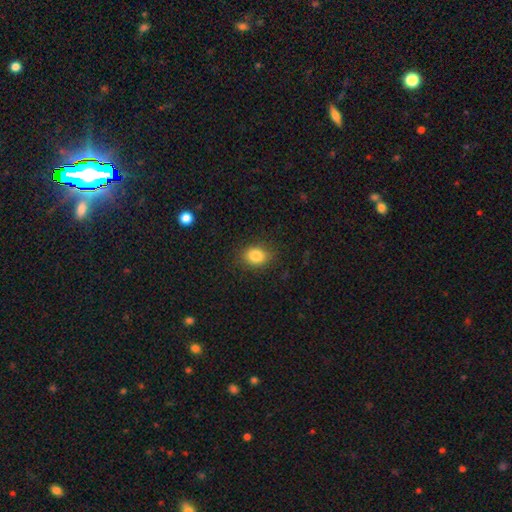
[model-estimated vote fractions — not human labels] smooth 85%, star or artifact 10%, featured or disk 5%. Down the decision tree: how rounded — in between (58%); merging — none (85%).